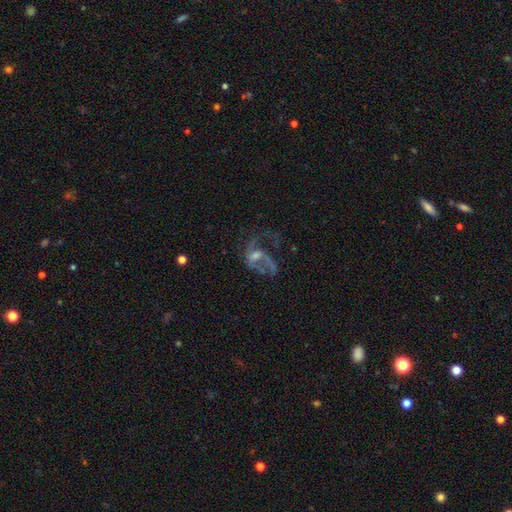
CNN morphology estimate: A featured or disk galaxy (69%) with no bar (60%), spiral arms (63%) and a moderate central bulge (40%).

Vote fractions:
- Smooth or featured? featured or disk: 69% / star or artifact: 16% / smooth: 15%
- Edge-on disk? no: 97% / yes: 3%
- Bar? no: 60% / weak: 31% / strong: 8%
- Spiral arms? yes: 63% / no: 37%
- Bulge size? moderate: 40% / small: 36% / none: 18% / large: 5% / dominant: 2%
- Merging? major disturbance: 47% / none: 33% / minor disturbance: 14% / merger: 6%